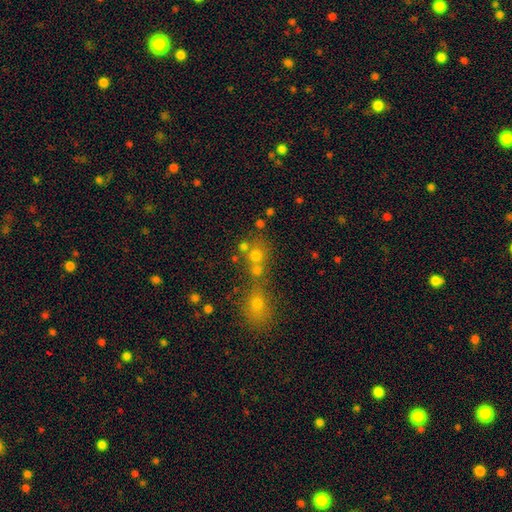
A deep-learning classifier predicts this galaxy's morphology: smooth-or-featured: smooth: 66% | star or artifact: 21% | featured or disk: 13%
  how-rounded: round: 84% | in between: 15% | cigar-shaped: 1%
  merging: none: 46% | merger: 42% | minor disturbance: 7% | major disturbance: 4%